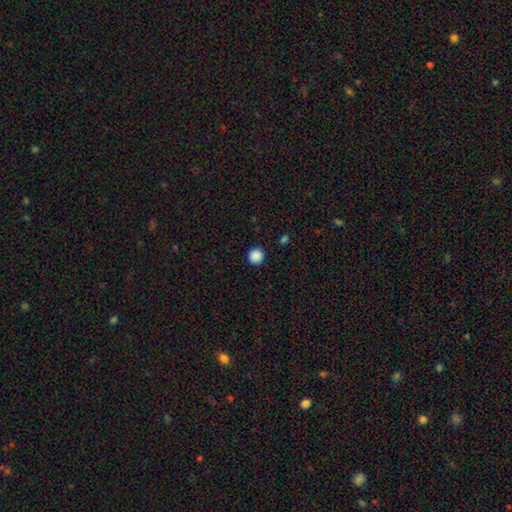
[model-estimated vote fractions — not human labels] A smooth galaxy with no disk features (88%) that is round (95%).

Vote fractions:
- Smooth or featured? smooth: 88% / star or artifact: 10% / featured or disk: 2%
- How rounded? round: 95% / in between: 4% / cigar-shaped: 1%
- Merging? none: 91% / minor disturbance: 6% / major disturbance: 2% / merger: 1%